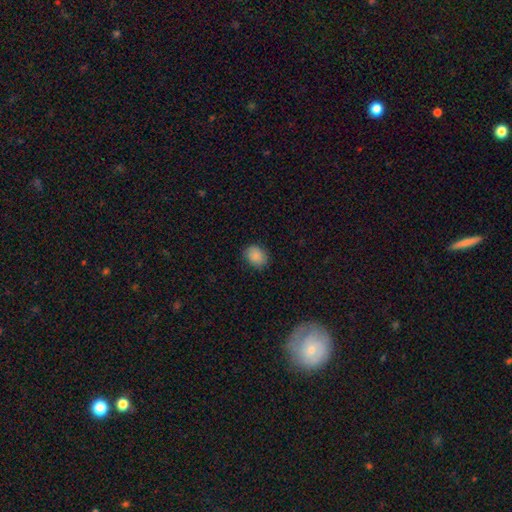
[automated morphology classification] smooth-or-featured: smooth: 88% | star or artifact: 9% | featured or disk: 4%
  how-rounded: round: 54% | in between: 45% | cigar-shaped: 1%
  merging: none: 86% | minor disturbance: 10% | major disturbance: 3% | merger: 1%